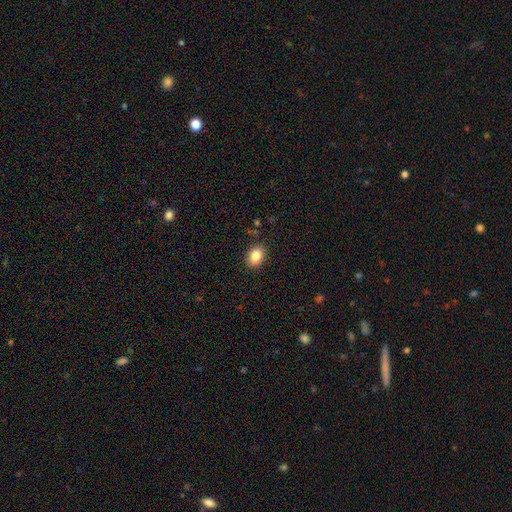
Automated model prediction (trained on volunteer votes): Smooth or featured: smooth — 85% (star or artifact — 9%)
How rounded: in between — 72% (round — 27%)
Merging: none — 87% (minor disturbance — 10%)